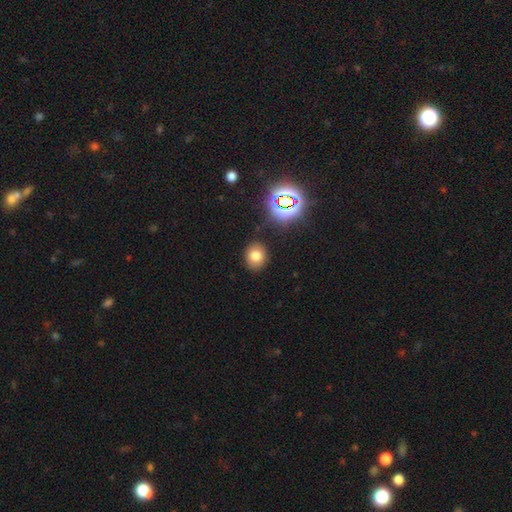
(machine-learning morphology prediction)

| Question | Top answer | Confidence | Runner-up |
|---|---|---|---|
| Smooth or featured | smooth | 73% | star or artifact (18%) |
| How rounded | round | 68% | in between (31%) |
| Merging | none | 86% | minor disturbance (9%) |